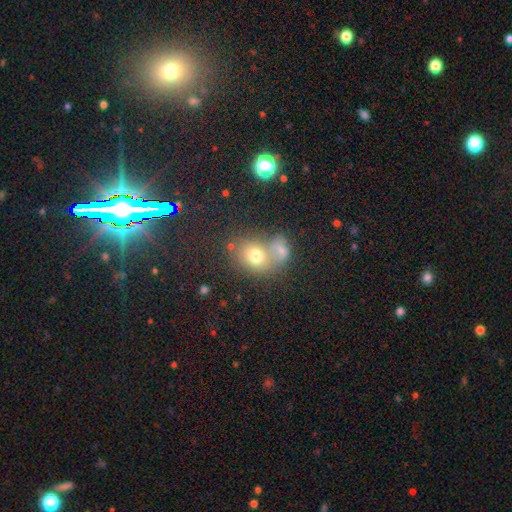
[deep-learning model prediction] The model was most divided on "merging" (2-way tie): merger: 42%, none: 42%, minor disturbance: 10%, major disturbance: 6%. More confident: smooth or featured — smooth (70%); how rounded — round (56%).